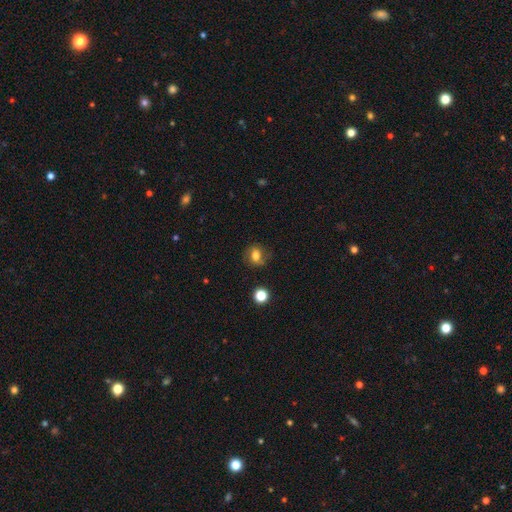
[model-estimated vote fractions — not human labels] This is likely a smooth galaxy (63%). How rounded: possibly round (54%). Merging: likely none (73%).